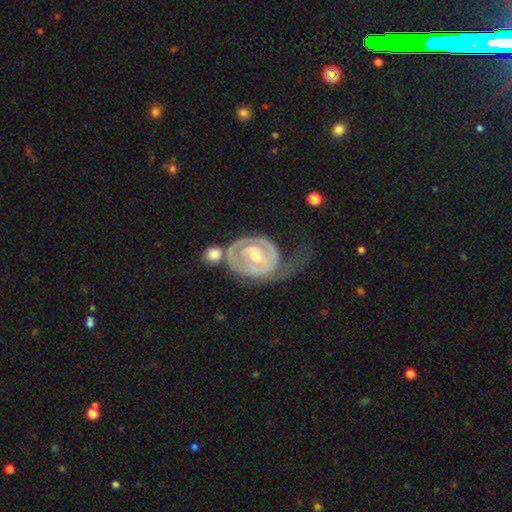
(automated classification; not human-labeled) Overall: featured or disk (81%). Edge-on disk: no (96%). Bar: no (50%; weak 37%). Spiral arms: yes (82%). Spiral arm count: 2 (38%; 1 30%). Spiral winding: tight (65%). Bulge size: moderate (57%; small 37%). Merging: major disturbance (33%; none 30%).